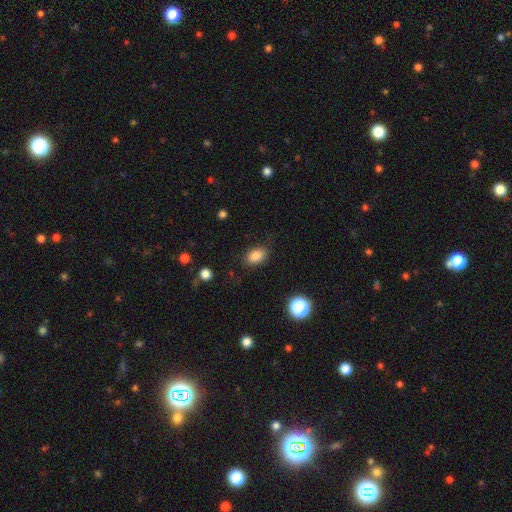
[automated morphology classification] Smooth or featured: smooth — 84% (star or artifact — 10%)
How rounded: in between — 83% (round — 16%)
Merging: none — 81% (minor disturbance — 14%)